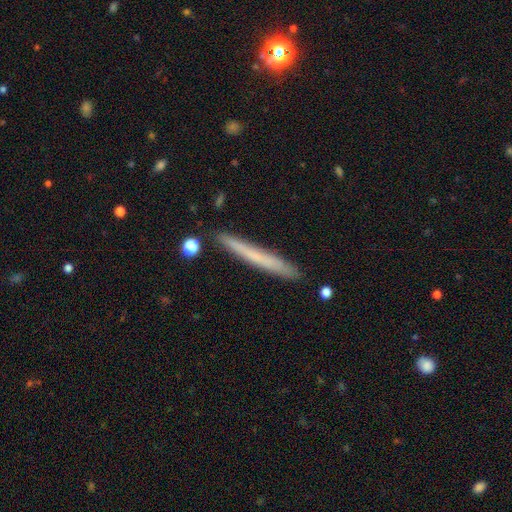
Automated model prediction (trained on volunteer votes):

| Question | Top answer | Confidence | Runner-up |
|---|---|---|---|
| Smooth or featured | smooth | 61% | featured or disk (33%) |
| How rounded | cigar-shaped | 97% | in between (2%) |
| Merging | none | 88% | minor disturbance (9%) |